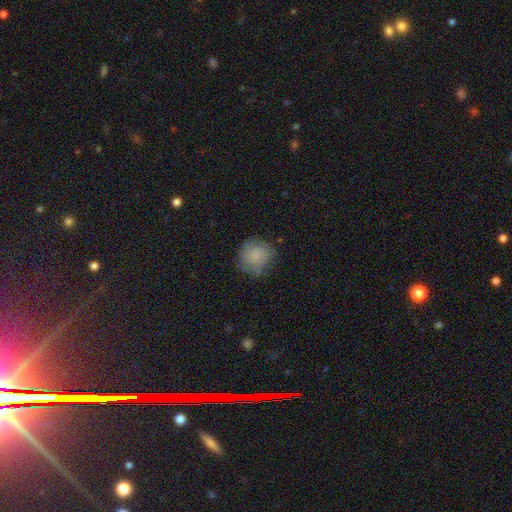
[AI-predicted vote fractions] Morphology: type=smooth (77%); roundness=round (88%); merging=none (70%).